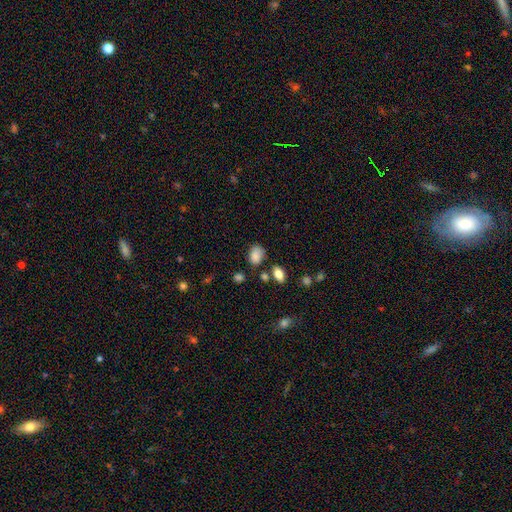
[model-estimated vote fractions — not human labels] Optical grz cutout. It shows a smooth galaxy with no disk features (84%) that is in between round and cigar-shaped (78%). Merging: none (65%).